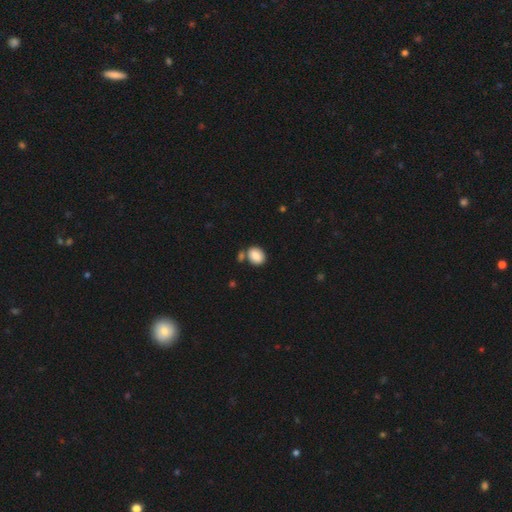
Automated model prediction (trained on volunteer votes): smooth-or-featured: smooth: 86% | star or artifact: 8% | featured or disk: 6%
  how-rounded: in between: 60% | round: 39% | cigar-shaped: 1%
  merging: none: 64% | merger: 19% | minor disturbance: 13% | major disturbance: 4%